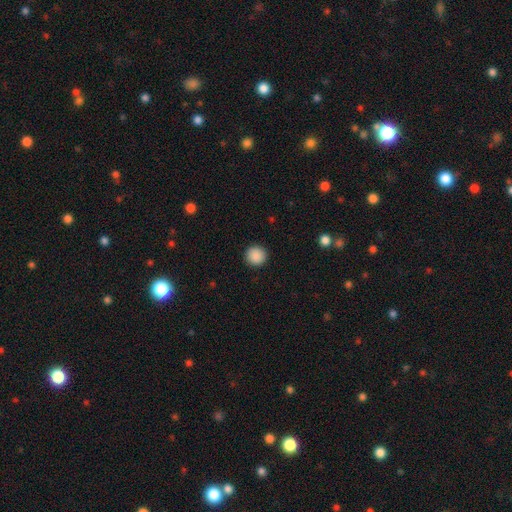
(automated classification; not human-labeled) A smooth galaxy with no disk features (89%) that is round (95%).

Vote fractions:
- Smooth or featured? smooth: 89% / star or artifact: 9% / featured or disk: 2%
- How rounded? round: 95% / in between: 4% / cigar-shaped: 1%
- Merging? none: 92% / minor disturbance: 5% / major disturbance: 2% / merger: 1%